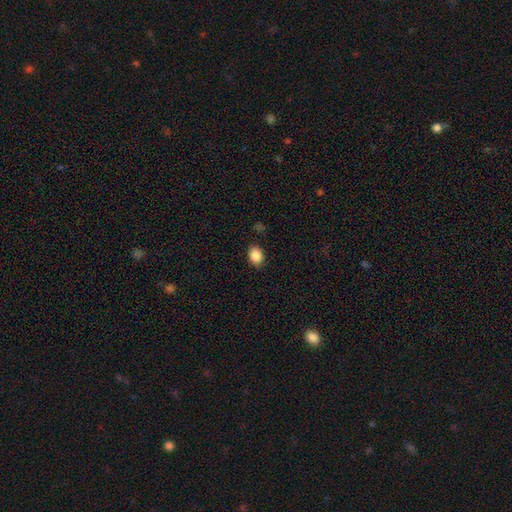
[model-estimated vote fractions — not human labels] smooth_or_featured: smooth (p=0.87) [alt: star or artifact p=0.09]
how_rounded: in between (p=0.66) [alt: round p=0.33]
merging: none (p=0.87) [alt: minor disturbance p=0.09]